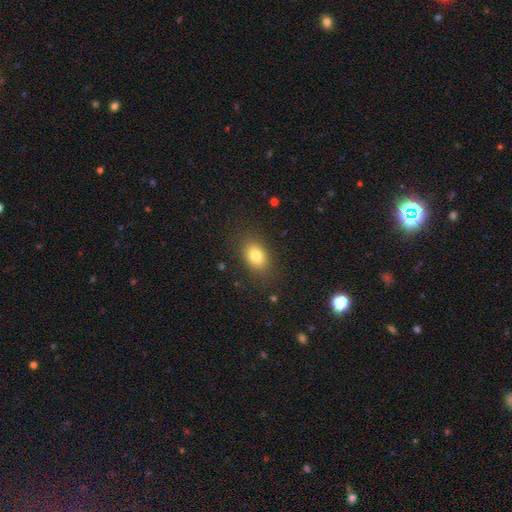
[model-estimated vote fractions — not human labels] smooth_or_featured: smooth (p=0.80) [alt: star or artifact p=0.10]
how_rounded: in between (p=0.78) [alt: round p=0.21]
merging: none (p=0.84) [alt: minor disturbance p=0.11]